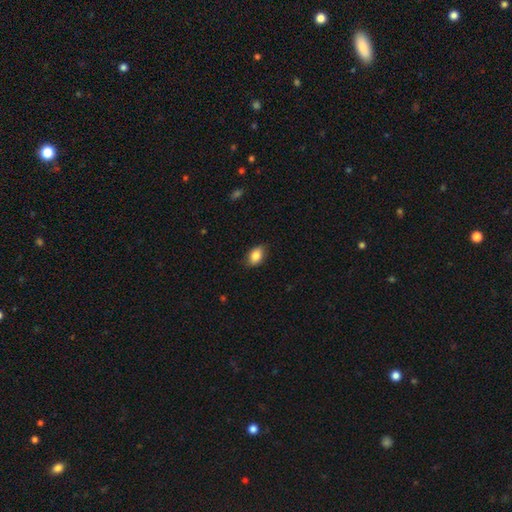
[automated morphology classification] type=smooth (86%); roundness=in between (87%); merging=none (82%).